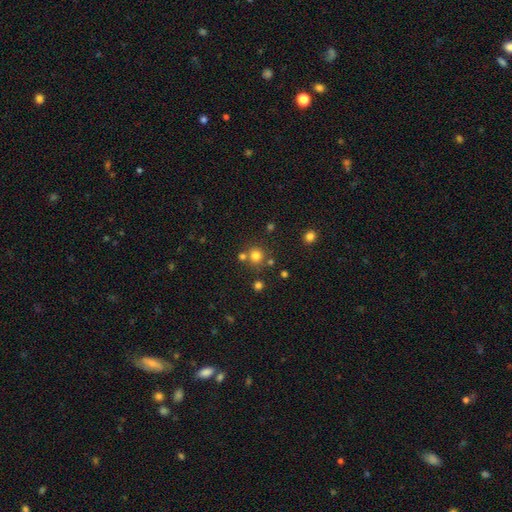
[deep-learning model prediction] Overall: smooth (76%). How rounded: round (92%). Merging: none (70%).